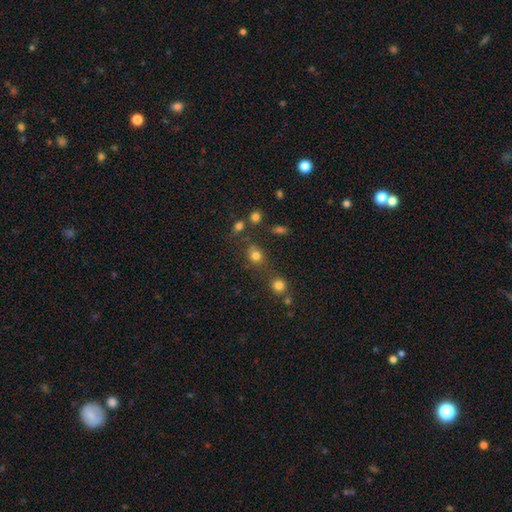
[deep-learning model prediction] smooth_or_featured: smooth (p=0.77) [alt: star or artifact p=0.16]
how_rounded: round (p=0.70) [alt: in between p=0.29]
merging: none (p=0.63) [alt: merger p=0.16]